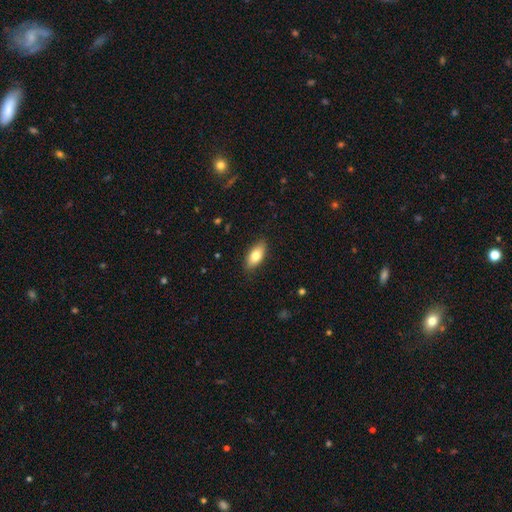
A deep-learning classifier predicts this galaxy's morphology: Smooth or featured: smooth — 78% (featured or disk — 15%)
How rounded: in between — 85% (cigar-shaped — 12%)
Merging: none — 86% (minor disturbance — 11%)